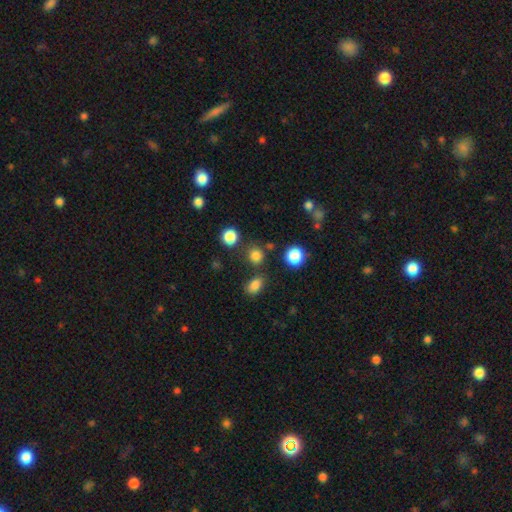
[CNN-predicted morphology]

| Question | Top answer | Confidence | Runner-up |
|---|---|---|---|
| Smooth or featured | smooth | 79% | star or artifact (16%) |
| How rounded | round | 84% | in between (15%) |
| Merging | none | 81% | minor disturbance (9%) |